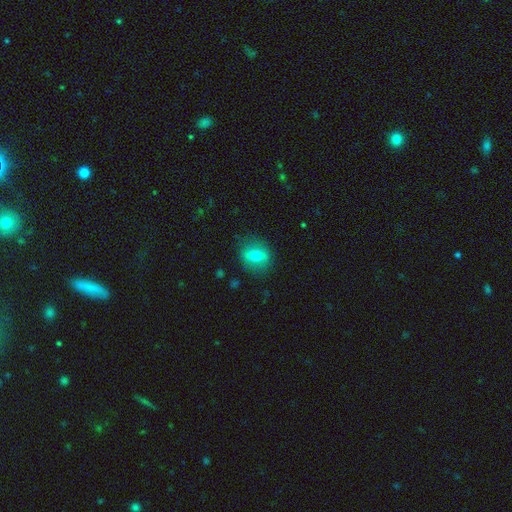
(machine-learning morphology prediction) A smooth galaxy with no disk features (56%) that is in between round and cigar-shaped (46%). Merging: none (83%).